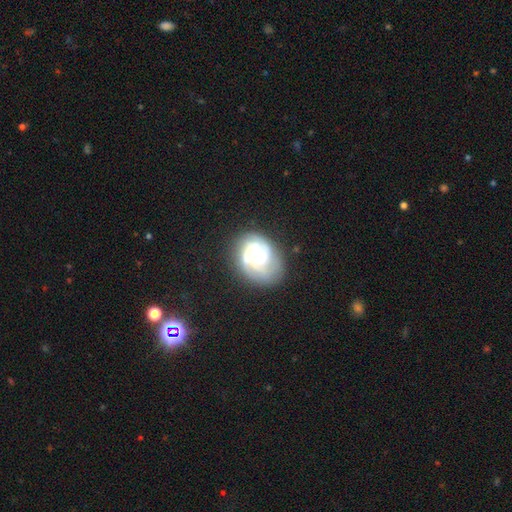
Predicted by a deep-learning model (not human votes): A featured or disk galaxy (82%) with no bar (56%), 3 (39%) tight (52%) spiral arms (96%) and a moderate central bulge (50%). Merging: none (72%).